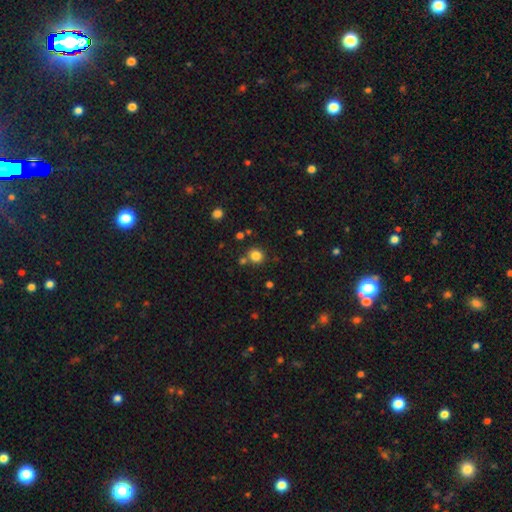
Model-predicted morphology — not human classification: type=smooth (82%); roundness=round (89%); merging=none (78%).